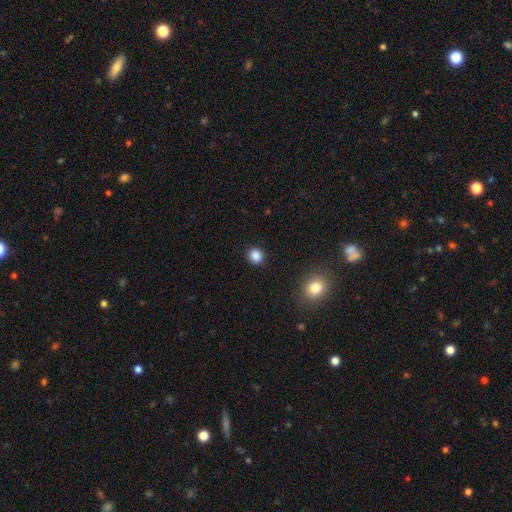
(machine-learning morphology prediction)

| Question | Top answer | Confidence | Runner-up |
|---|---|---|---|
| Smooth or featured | smooth | 86% | star or artifact (11%) |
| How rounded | round | 86% | in between (13%) |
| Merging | none | 91% | minor disturbance (5%) |